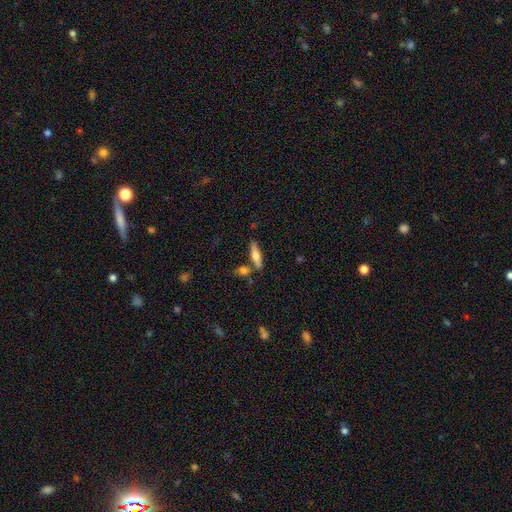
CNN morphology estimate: The model was most divided on "smooth or featured": smooth: 49%, featured or disk: 45%, star or artifact: 7%. More confident: merging — none (72%).